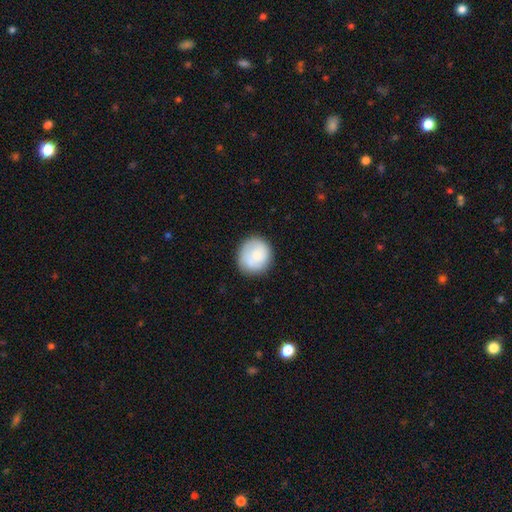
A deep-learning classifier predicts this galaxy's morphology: type=smooth (74%); roundness=round (87%); merging=none (76%).